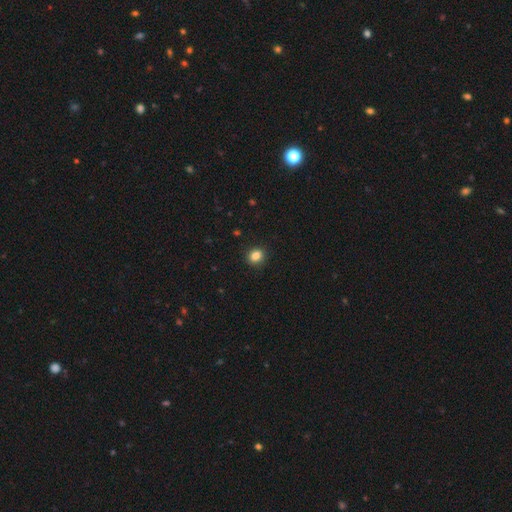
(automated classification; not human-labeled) This is clearly a smooth galaxy (85%). How rounded: likely round (69%). Merging: clearly none (90%).